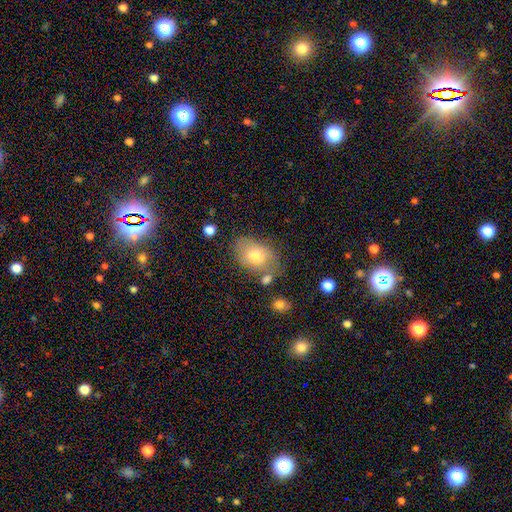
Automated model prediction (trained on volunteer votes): This appears to be a smooth galaxy with no disk features (72%) that is in between round and cigar-shaped (84%). Merging: none (63%).